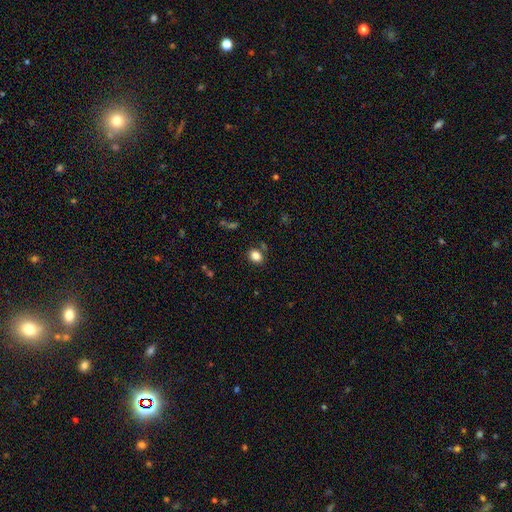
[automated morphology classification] smooth-or-featured: smooth: 84% | star or artifact: 11% | featured or disk: 5%
  how-rounded: in between: 51% | round: 48% | cigar-shaped: 1%
  merging: none: 81% | minor disturbance: 10% | merger: 5% | major disturbance: 3%